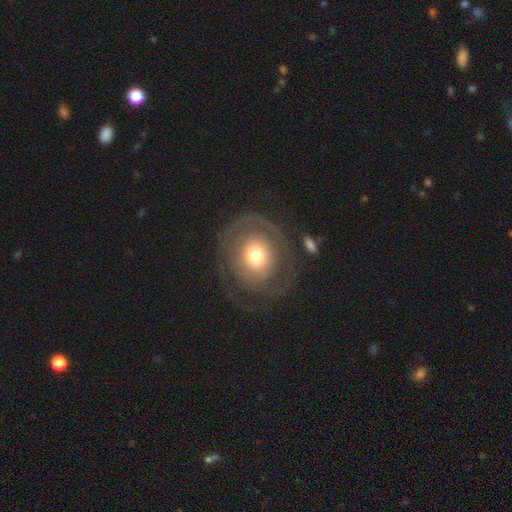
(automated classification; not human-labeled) featured or disk 62%, smooth 31%, star or artifact 7%. Down the decision tree: edge-on disk — no (96%); bar — no (84%); spiral arms — yes (68%); bulge size — moderate (57%); merging — none (65%).